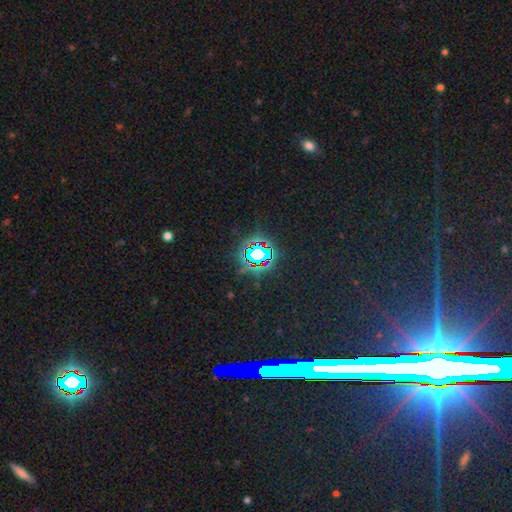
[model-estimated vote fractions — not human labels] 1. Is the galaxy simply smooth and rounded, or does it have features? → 77% star or artifact, 13% smooth, 10% featured or disk.